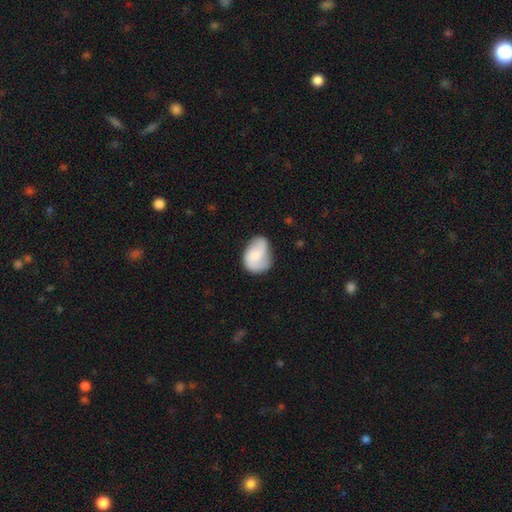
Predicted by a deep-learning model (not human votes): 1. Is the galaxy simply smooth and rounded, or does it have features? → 50% smooth, 43% featured or disk, 7% star or artifact.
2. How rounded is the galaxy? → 71% in between, 28% round, 1% cigar-shaped.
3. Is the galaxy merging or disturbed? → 51% none, 32% minor disturbance, 14% major disturbance, 3% merger.